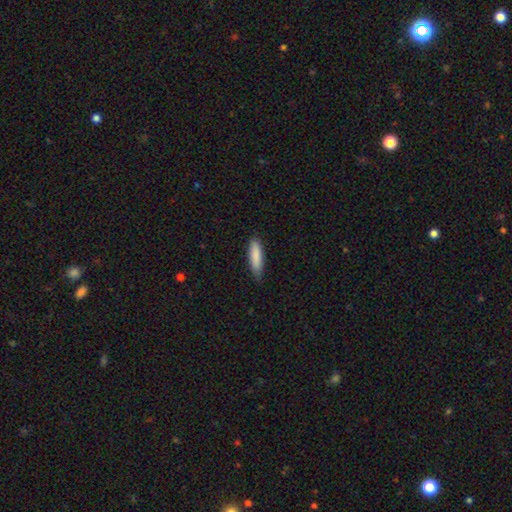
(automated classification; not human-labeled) A smooth galaxy with no disk features (86%) that is cigar-shaped (67%).

Vote fractions:
- Smooth or featured? smooth: 86% / featured or disk: 8% / star or artifact: 6%
- How rounded? cigar-shaped: 67% / in between: 31% / round: 1%
- Merging? none: 74% / minor disturbance: 22% / major disturbance: 3% / merger: 1%